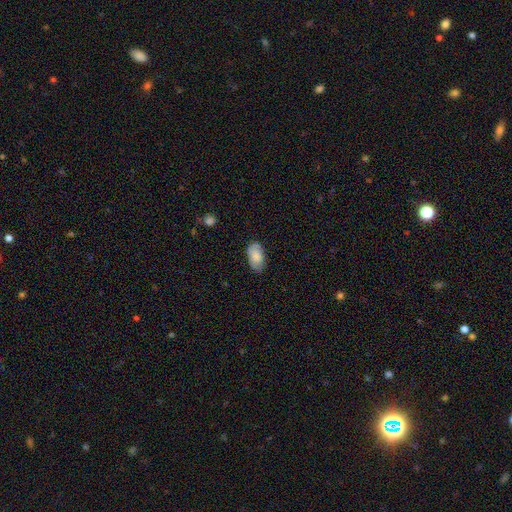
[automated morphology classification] A smooth galaxy with no disk features (80%) that is in between round and cigar-shaped (94%).

Vote fractions:
- Smooth or featured? smooth: 80% / featured or disk: 13% / star or artifact: 7%
- How rounded? in between: 94% / round: 4% / cigar-shaped: 2%
- Merging? none: 75% / minor disturbance: 20% / major disturbance: 4% / merger: 1%